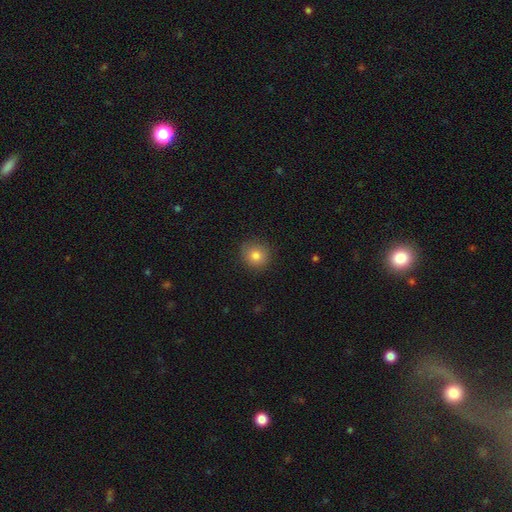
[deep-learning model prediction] Smooth or featured?
  - smooth: 81% *
  - star or artifact: 11%
  - featured or disk: 8%
How rounded?
  - round: 88% *
  - in between: 11%
  - cigar-shaped: 1%
Merging?
  - none: 87% *
  - minor disturbance: 10%
  - major disturbance: 2%
  - merger: 1%